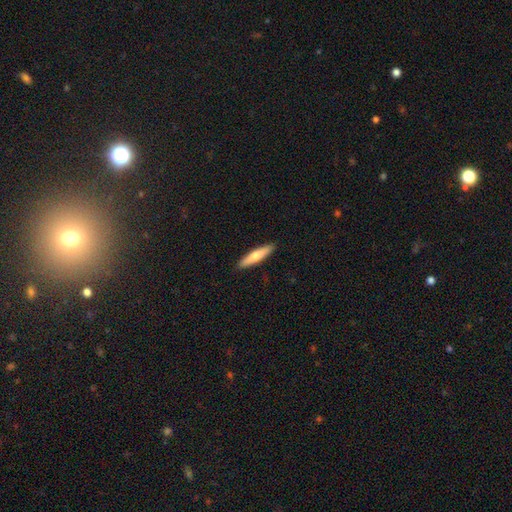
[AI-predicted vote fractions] smooth-or-featured: smooth: 63% | featured or disk: 32% | star or artifact: 5%
  how-rounded: cigar-shaped: 84% | in between: 14% | round: 1%
  merging: none: 91% | minor disturbance: 6% | major disturbance: 1% | merger: 1%